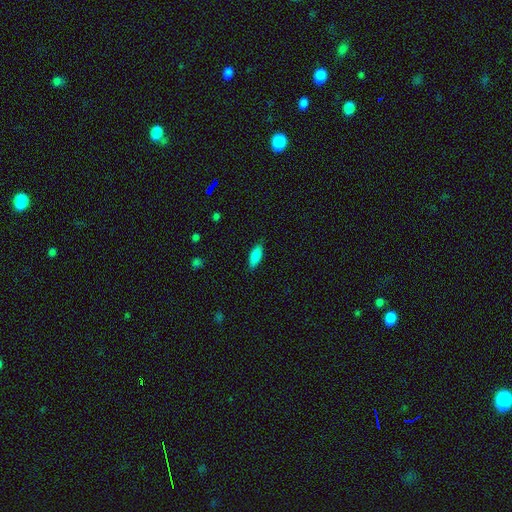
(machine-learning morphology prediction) smooth 83%, featured or disk 10%, star or artifact 7%. Down the decision tree: how rounded — in between (69%); merging — none (85%).